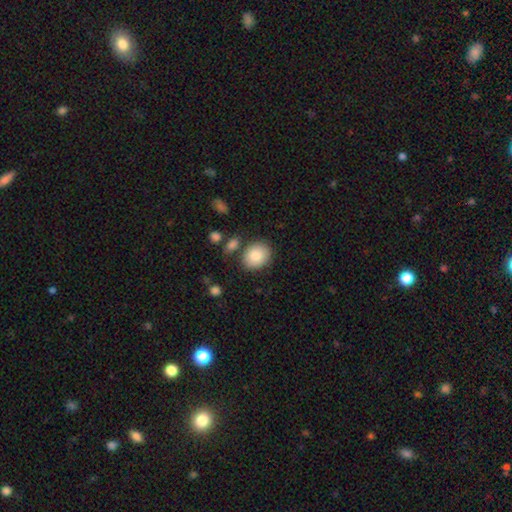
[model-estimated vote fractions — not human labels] Smooth or featured? smooth (85%)
How rounded? round (52%)
Merging? none (78%)